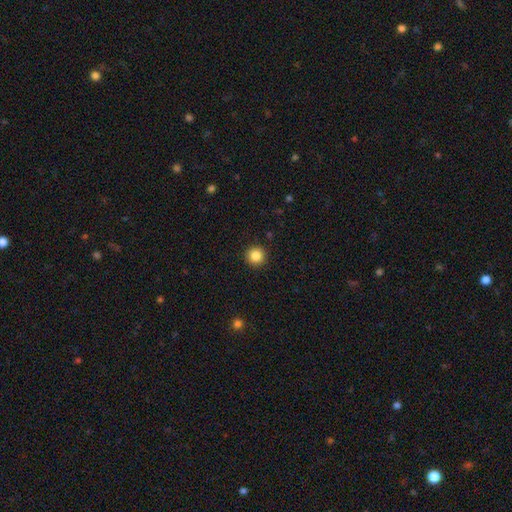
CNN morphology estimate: Q: Smooth or featured?
A: smooth (86%); runner-up: star or artifact (10%)
Q: How rounded?
A: round (95%); runner-up: in between (4%)
Q: Merging?
A: none (92%); runner-up: minor disturbance (5%)